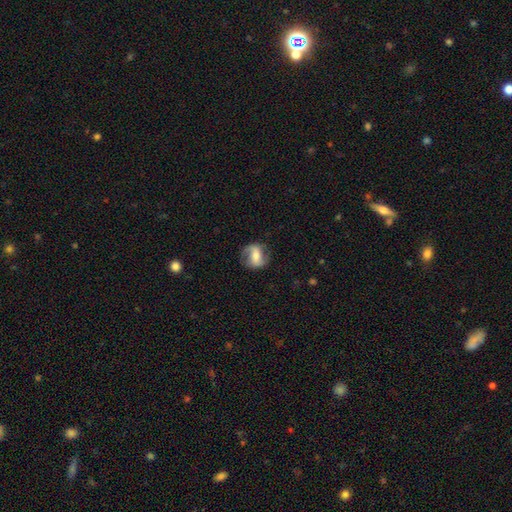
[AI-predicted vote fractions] A featured or disk galaxy (67%) with a strong bar (43%), 2 (86%) loose (42%) spiral arms (86%) and a moderate central bulge (50%). Merging: none (76%).